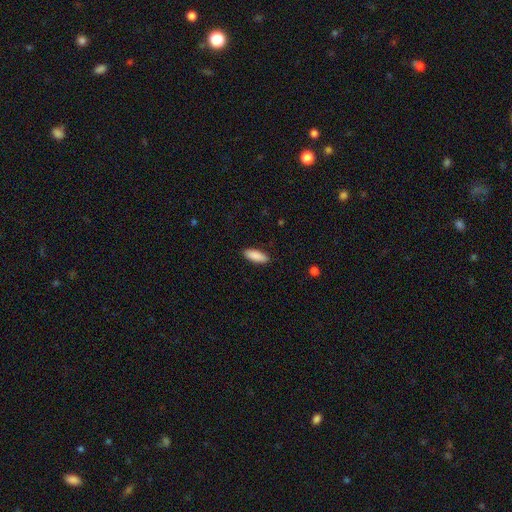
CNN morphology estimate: Overall: smooth (90%). How rounded: in between (74%). Merging: none (89%).